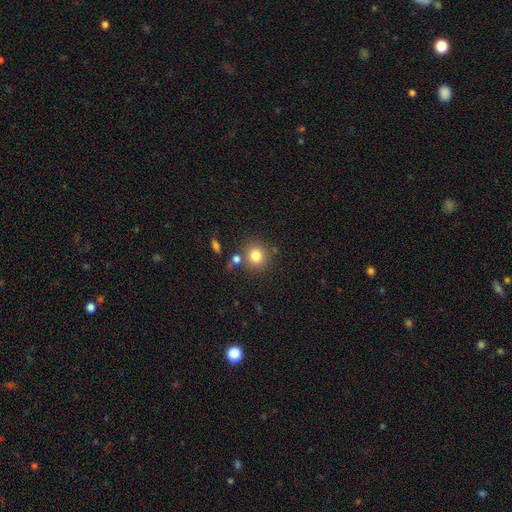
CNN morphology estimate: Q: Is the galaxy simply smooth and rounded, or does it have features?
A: smooth — 80%.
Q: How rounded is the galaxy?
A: round — 89%.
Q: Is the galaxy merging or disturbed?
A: none — 75%.